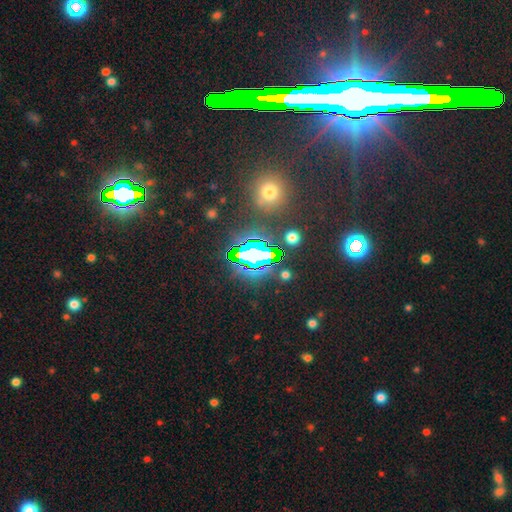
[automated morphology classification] A star or artifact, not a galaxy (74%).